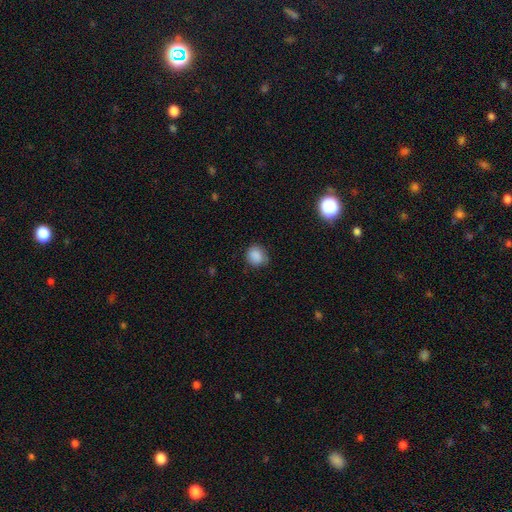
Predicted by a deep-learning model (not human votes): smooth-or-featured: smooth: 87% | star or artifact: 9% | featured or disk: 4%
  how-rounded: round: 76% | in between: 23% | cigar-shaped: 1%
  merging: none: 78% | minor disturbance: 18% | major disturbance: 4% | merger: 1%